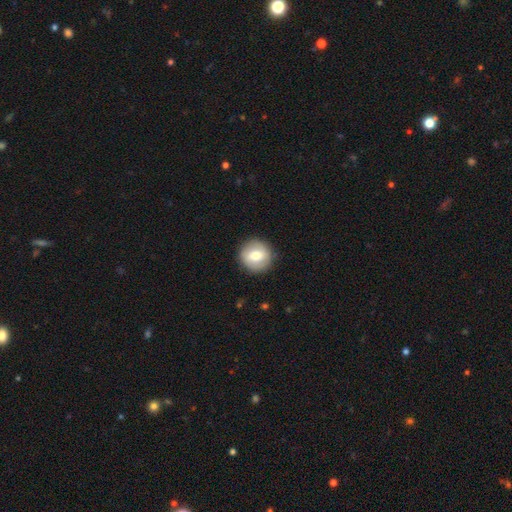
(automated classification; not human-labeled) Smooth or featured? smooth (67%)
How rounded? round (92%)
Merging? none (89%)